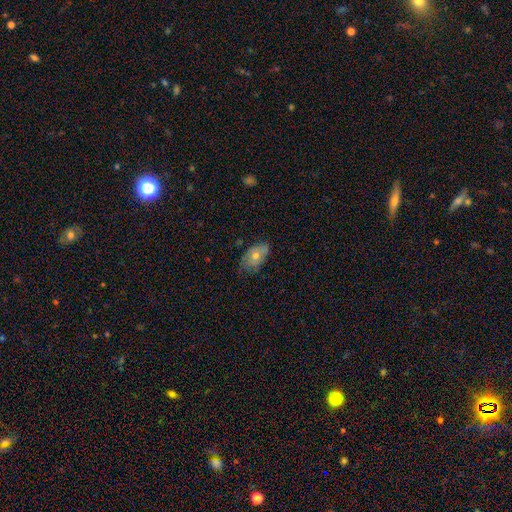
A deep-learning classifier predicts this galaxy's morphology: A smooth galaxy with no disk features (56%) that is in between round and cigar-shaped (88%). Merging: none (68%).